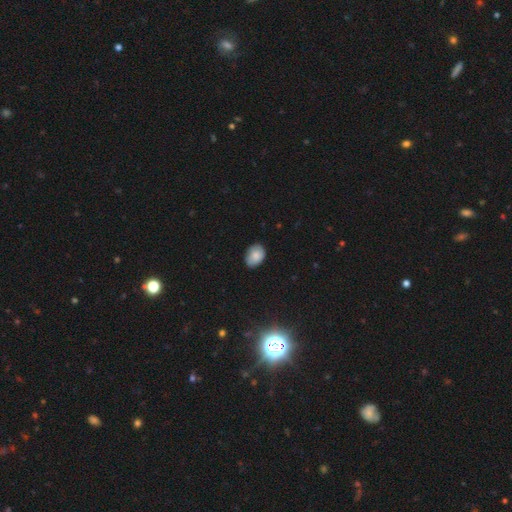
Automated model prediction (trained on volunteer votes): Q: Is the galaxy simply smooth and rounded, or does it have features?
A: smooth — 83%.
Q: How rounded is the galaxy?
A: in between — 77%.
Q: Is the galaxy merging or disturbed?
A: none — 75%.